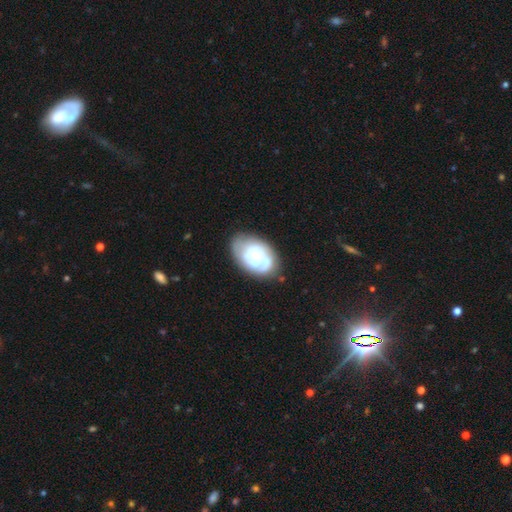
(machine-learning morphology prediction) The model was most divided on "spiral arms": yes: 65%, no: 35%. More confident: edge-on disk — no (97%); bar — no (81%); smooth or featured — featured or disk (71%); bulge size — moderate (66%); merging — none (58%).